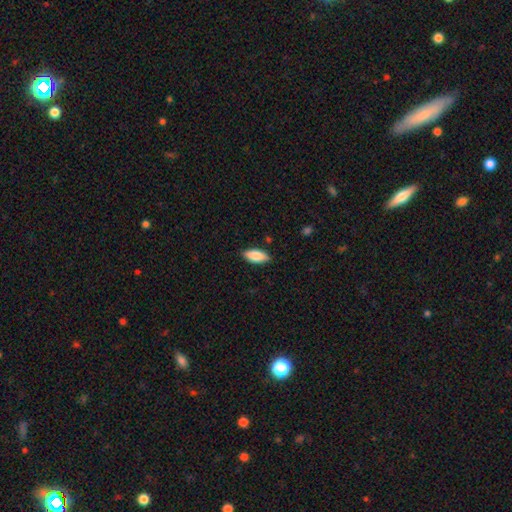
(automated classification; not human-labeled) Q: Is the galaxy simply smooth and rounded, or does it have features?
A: smooth — 86%.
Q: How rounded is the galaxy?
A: in between — 85%.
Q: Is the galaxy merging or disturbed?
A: none — 86%.